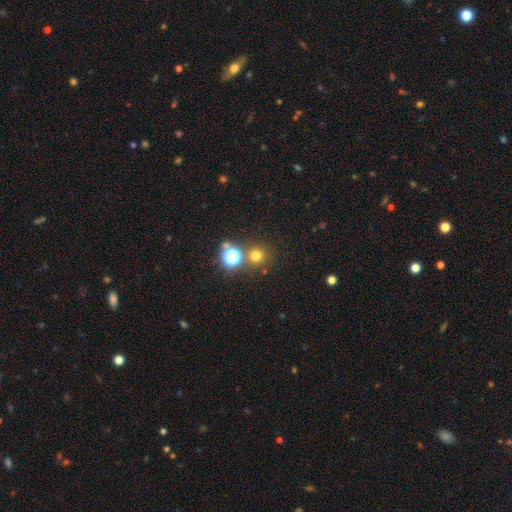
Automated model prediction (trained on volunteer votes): This is likely a smooth galaxy (69%). How rounded: clearly round (92%). Merging: likely none (77%).